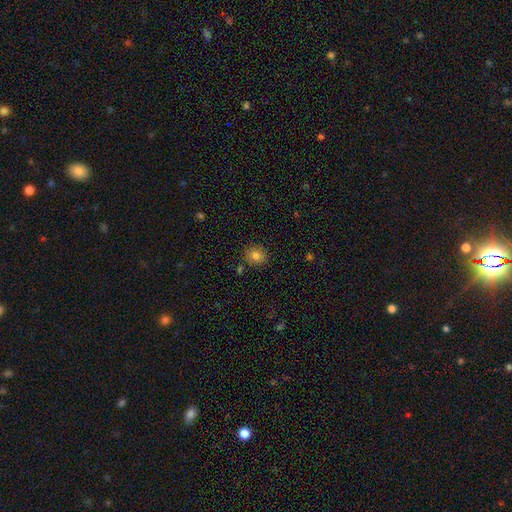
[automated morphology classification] smooth_or_featured: smooth (p=0.81) [alt: star or artifact p=0.11]
how_rounded: round (p=0.84) [alt: in between p=0.15]
merging: none (p=0.85) [alt: minor disturbance p=0.09]